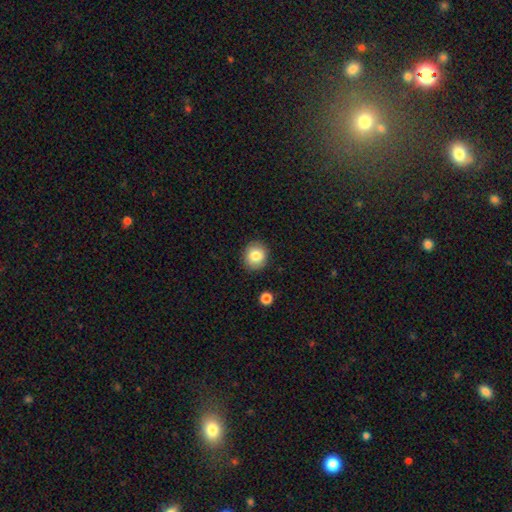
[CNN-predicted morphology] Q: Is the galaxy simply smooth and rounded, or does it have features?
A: smooth — 82%.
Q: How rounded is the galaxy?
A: round — 79%.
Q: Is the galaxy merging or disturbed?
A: none — 87%.